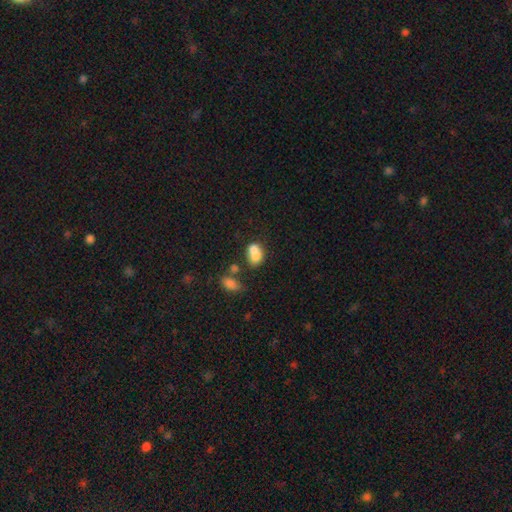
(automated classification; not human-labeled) This appears to be a smooth galaxy with no disk features (74%) that is in between round and cigar-shaped (68%). Merging: merger (54%).